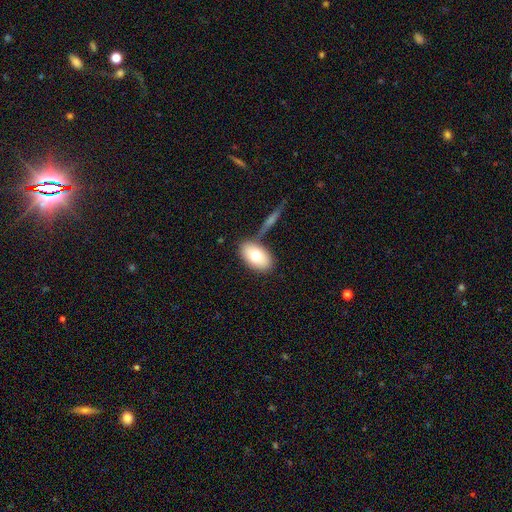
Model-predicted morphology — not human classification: Smooth or featured: smooth — 73% (featured or disk — 19%)
How rounded: in between — 90% (round — 8%)
Merging: none — 70% (merger — 13%)